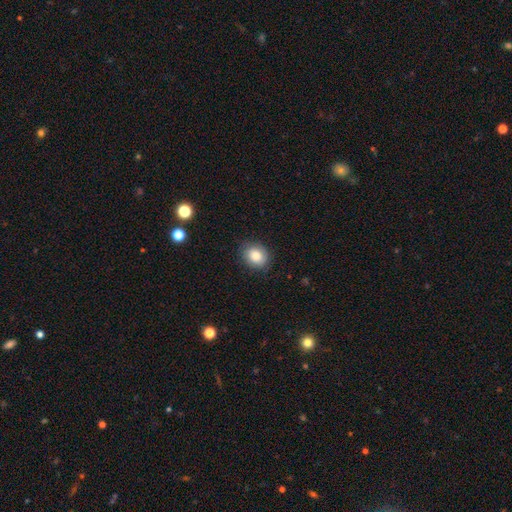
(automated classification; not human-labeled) Smooth or featured? smooth (83%)
How rounded? round (56%)
Merging? none (86%)